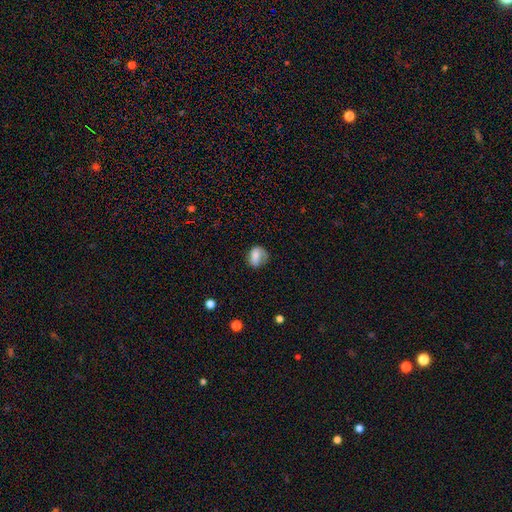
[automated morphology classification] Smooth or featured: smooth — 71% (featured or disk — 20%)
How rounded: round — 50% (in between — 48%)
Merging: none — 55% (minor disturbance — 28%)